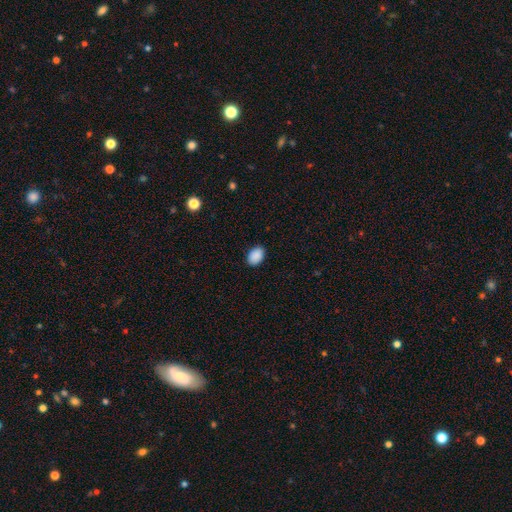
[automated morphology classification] smooth 91%, star or artifact 7%, featured or disk 2%. Down the decision tree: how rounded — in between (85%); merging — none (88%).